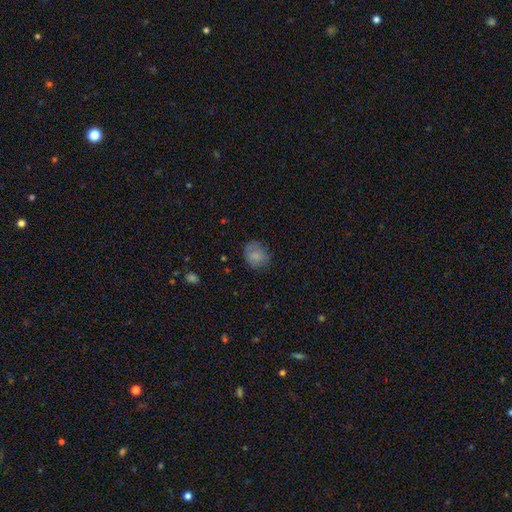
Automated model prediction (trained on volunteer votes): Smooth or featured? Predicted: smooth (p=0.81). How rounded? Predicted: round (p=0.62). Merging? Predicted: none (p=0.72).